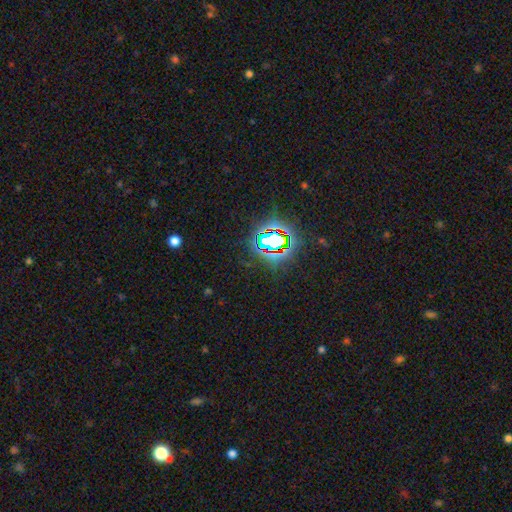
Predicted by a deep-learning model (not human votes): Morphology: type=star or artifact (83%).